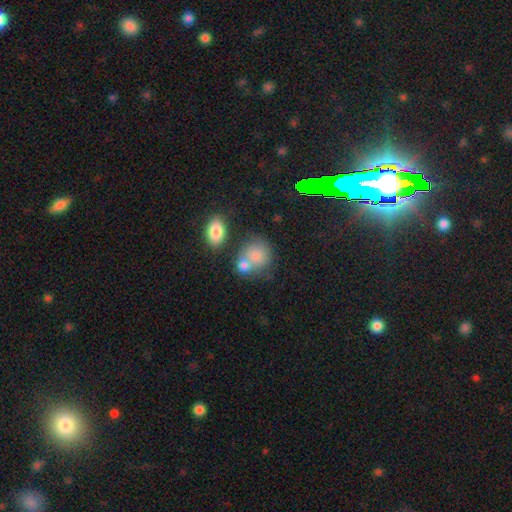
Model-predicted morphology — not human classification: Q: Smooth or featured?
A: smooth (78%); runner-up: featured or disk (12%)
Q: How rounded?
A: round (68%); runner-up: in between (31%)
Q: Merging?
A: none (40%); tied with: merger (40%)